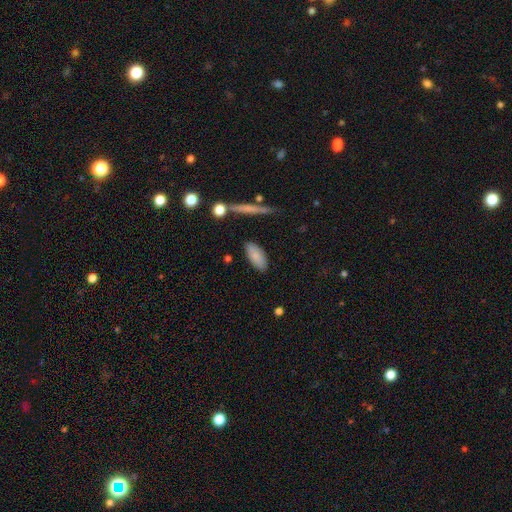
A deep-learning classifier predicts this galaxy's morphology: A smooth galaxy with no disk features (84%) that is in between round and cigar-shaped (83%).

Vote fractions:
- Smooth or featured? smooth: 84% / featured or disk: 10% / star or artifact: 7%
- How rounded? in between: 83% / cigar-shaped: 15% / round: 2%
- Merging? none: 83% / minor disturbance: 11% / major disturbance: 3% / merger: 3%